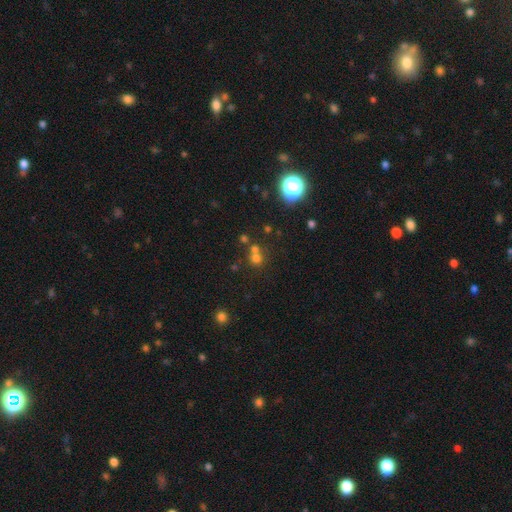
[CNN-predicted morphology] Smooth or featured? smooth (60%)
How rounded? round (86%)
Merging? none (47%)